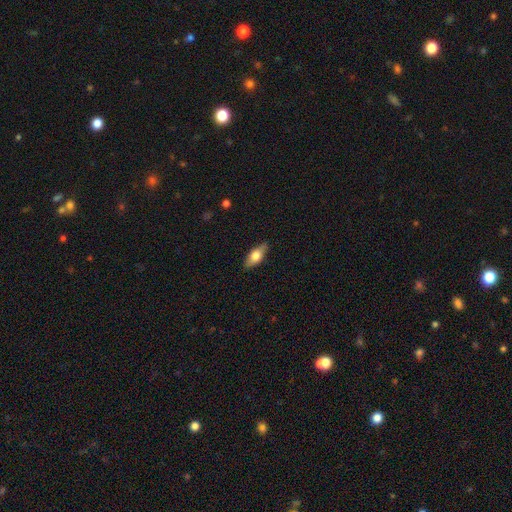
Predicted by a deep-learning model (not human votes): smooth 65%, featured or disk 29%, star or artifact 6%. Down the decision tree: how rounded — in between (76%); merging — none (85%).